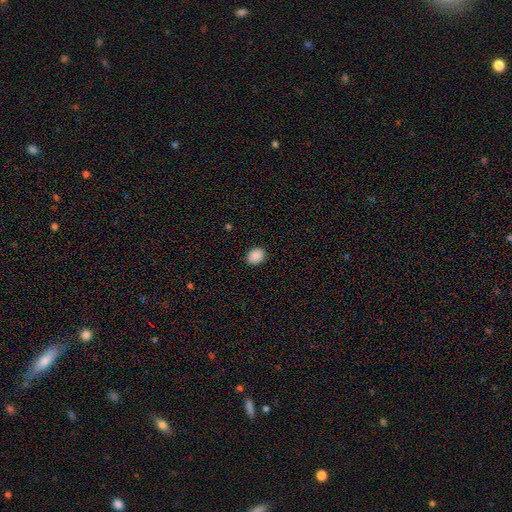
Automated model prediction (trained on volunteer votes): Morphology: type=smooth (90%); roundness=in between (51%); merging=none (90%).